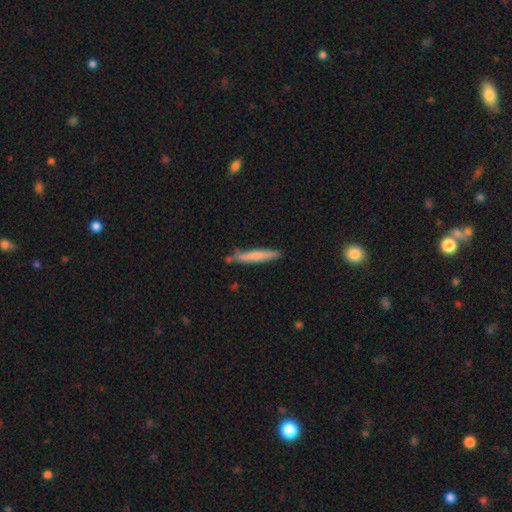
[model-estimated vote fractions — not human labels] Overall: smooth (68%). How rounded: cigar-shaped (94%). Merging: none (80%).